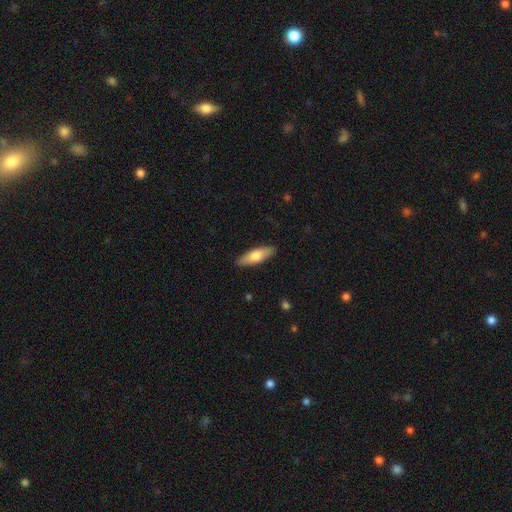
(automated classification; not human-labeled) smooth-or-featured: smooth: 68% | featured or disk: 27% | star or artifact: 5%
  how-rounded: in between: 49% (tied) | cigar-shaped: 49% (tied) | round: 2%
  merging: none: 89% | minor disturbance: 8% | major disturbance: 2% | merger: 1%